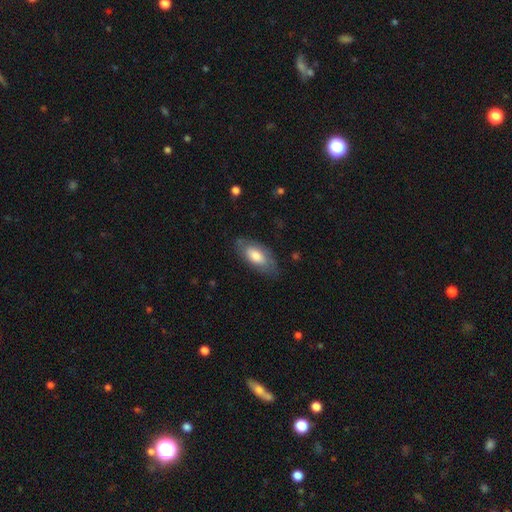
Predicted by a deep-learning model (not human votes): smooth-or-featured: smooth: 69% | featured or disk: 26% | star or artifact: 6%
  how-rounded: in between: 89% | cigar-shaped: 8% | round: 3%
  merging: none: 73% | minor disturbance: 19% | major disturbance: 6% | merger: 1%